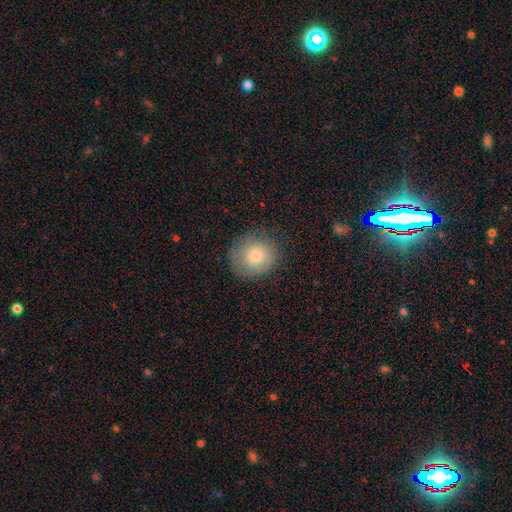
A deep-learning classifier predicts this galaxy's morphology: This is likely a smooth galaxy (77%). How rounded: clearly round (90%). Merging: clearly none (82%).